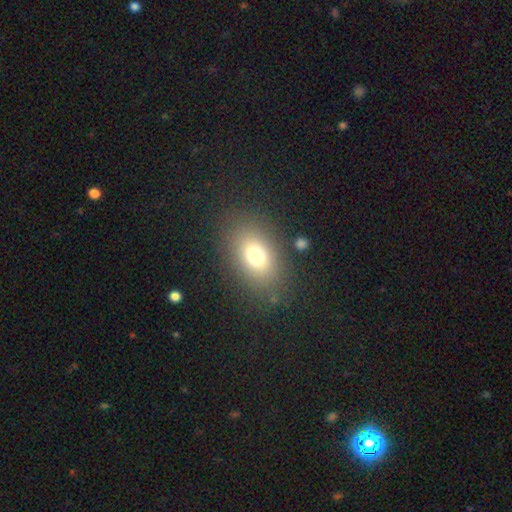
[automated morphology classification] A smooth galaxy with no disk features (74%) that is in between round and cigar-shaped (81%).

Vote fractions:
- Smooth or featured? smooth: 74% / featured or disk: 13% / star or artifact: 12%
- How rounded? in between: 81% / round: 18% / cigar-shaped: 2%
- Merging? none: 83% / minor disturbance: 10% / major disturbance: 5% / merger: 2%